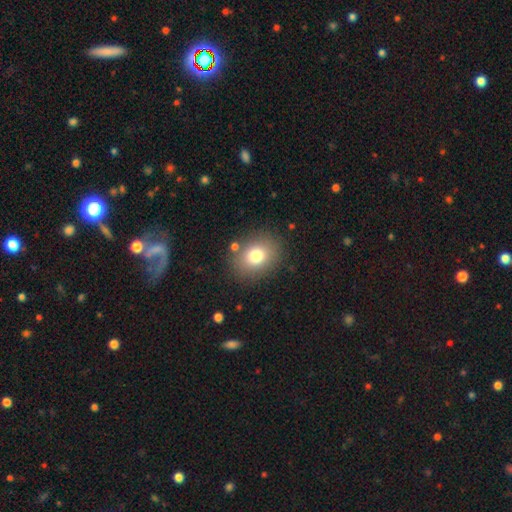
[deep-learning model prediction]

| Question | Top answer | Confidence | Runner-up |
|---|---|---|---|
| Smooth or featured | smooth | 78% | featured or disk (11%) |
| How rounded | round | 50% | tied: in between (50%) |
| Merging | none | 83% | minor disturbance (10%) |